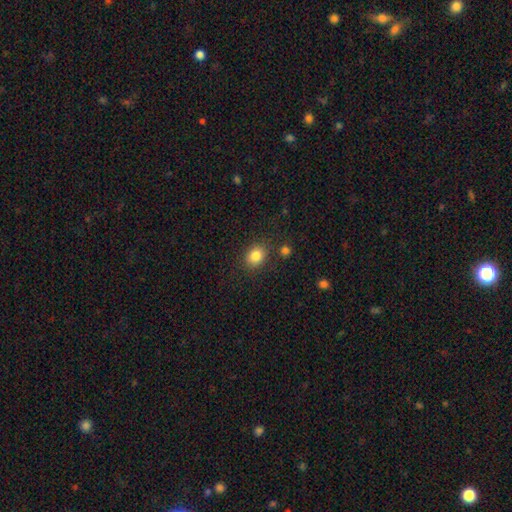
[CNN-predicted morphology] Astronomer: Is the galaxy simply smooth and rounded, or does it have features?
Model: smooth — 84%.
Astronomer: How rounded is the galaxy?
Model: round — 52% (runner-up: in between, 47%).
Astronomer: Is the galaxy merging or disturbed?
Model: none — 81%.